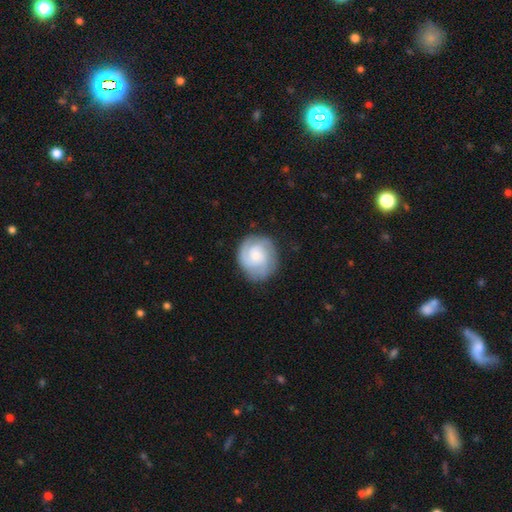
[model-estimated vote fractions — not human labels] A featured or disk galaxy (70%) with no bar (72%), 3 (37%) tight (58%) spiral arms (95%) and a small central bulge (52%). Merging: none (79%).